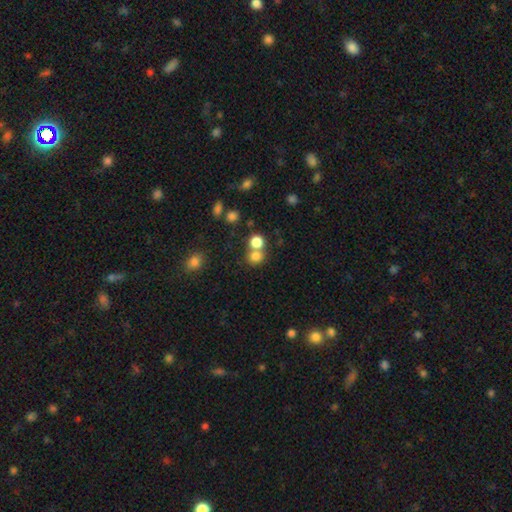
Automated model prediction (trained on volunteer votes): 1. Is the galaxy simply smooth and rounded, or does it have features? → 78% smooth, 14% star or artifact, 8% featured or disk.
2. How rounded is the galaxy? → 82% round, 17% in between, 1% cigar-shaped.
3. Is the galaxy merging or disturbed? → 49% none, 40% merger, 7% minor disturbance, 4% major disturbance.